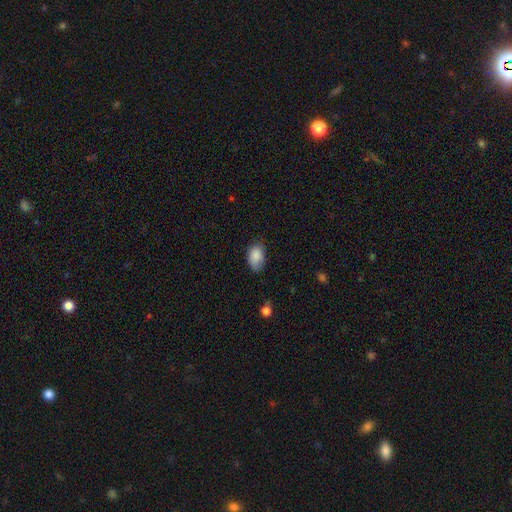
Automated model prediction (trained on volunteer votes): smooth-or-featured: smooth: 86% | star or artifact: 7% | featured or disk: 6%
  how-rounded: in between: 88% | round: 10% | cigar-shaped: 1%
  merging: none: 61% | minor disturbance: 31% | major disturbance: 6% | merger: 2%